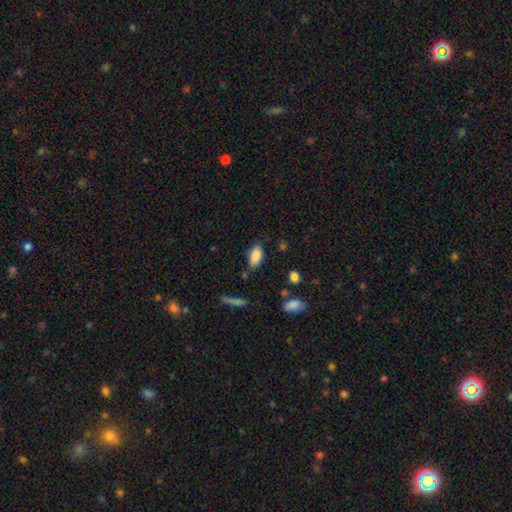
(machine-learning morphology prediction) This is clearly a smooth galaxy (86%). How rounded: clearly in between (91%). Merging: likely none (75%).